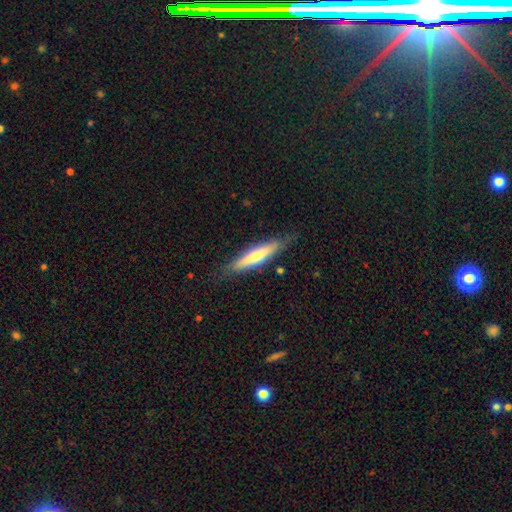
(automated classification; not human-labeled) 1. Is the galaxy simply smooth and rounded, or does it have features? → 57% smooth, 37% featured or disk, 6% star or artifact.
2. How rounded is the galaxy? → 84% cigar-shaped, 14% in between, 1% round.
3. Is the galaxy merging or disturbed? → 82% none, 14% minor disturbance, 3% major disturbance, 1% merger.